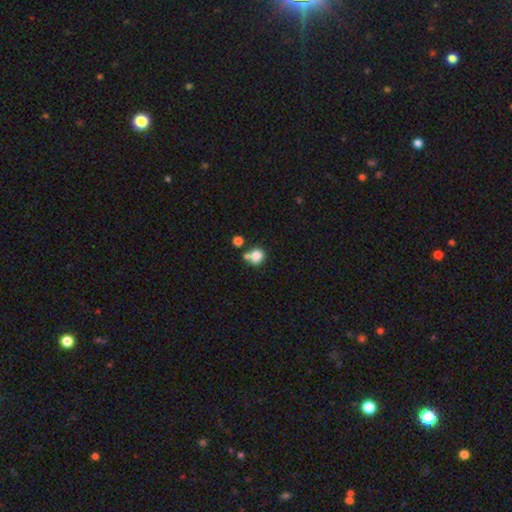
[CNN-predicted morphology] type=smooth (82%); roundness=round (84%); merging=none (54%).